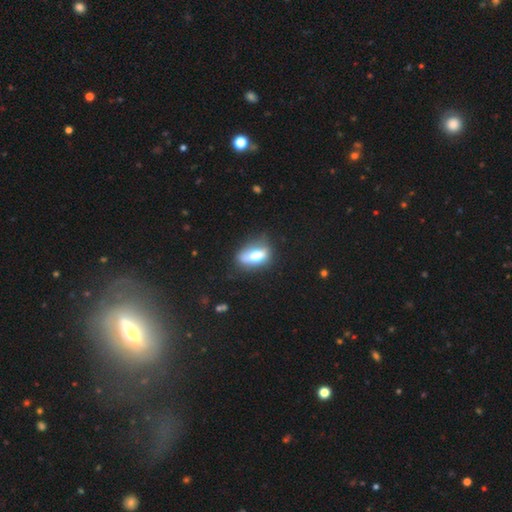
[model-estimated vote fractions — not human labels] A smooth galaxy with no disk features (64%) that is in between round and cigar-shaped (79%).

Vote fractions:
- Smooth or featured? smooth: 64% / featured or disk: 28% / star or artifact: 8%
- How rounded? in between: 79% / cigar-shaped: 14% / round: 7%
- Merging? none: 65% / minor disturbance: 24% / major disturbance: 9% / merger: 2%